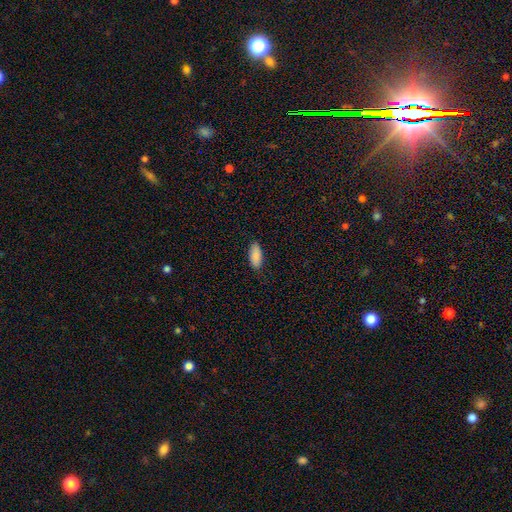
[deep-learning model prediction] A smooth galaxy with no disk features (89%) that is in between round and cigar-shaped (86%).

Vote fractions:
- Smooth or featured? smooth: 89% / star or artifact: 6% / featured or disk: 5%
- How rounded? in between: 86% / cigar-shaped: 12% / round: 2%
- Merging? none: 87% / minor disturbance: 10% / major disturbance: 2% / merger: 1%